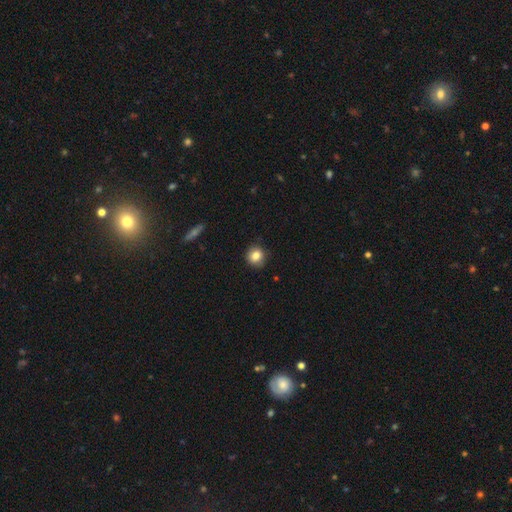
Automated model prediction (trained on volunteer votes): Smooth or featured: smooth — 84% (star or artifact — 10%)
How rounded: round — 85% (in between — 14%)
Merging: none — 85% (minor disturbance — 12%)